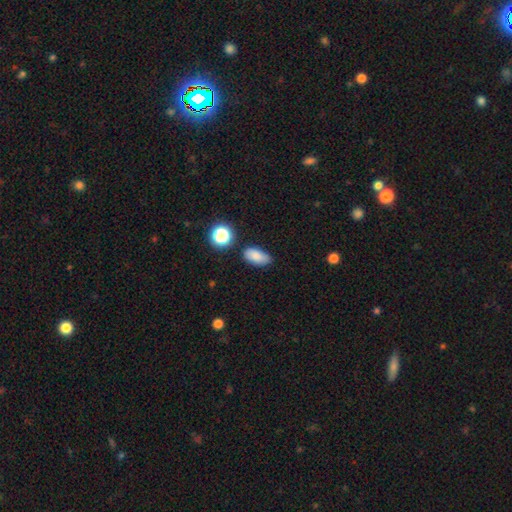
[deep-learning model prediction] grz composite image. It shows a smooth galaxy with no disk features (83%) that is in between round and cigar-shaped (89%). Merging: none (77%).